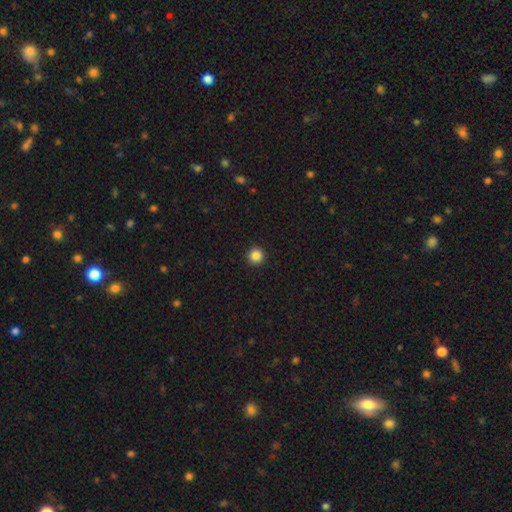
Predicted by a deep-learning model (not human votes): This appears to be a smooth galaxy with no disk features (86%) that is round (96%). Merging: none (93%).